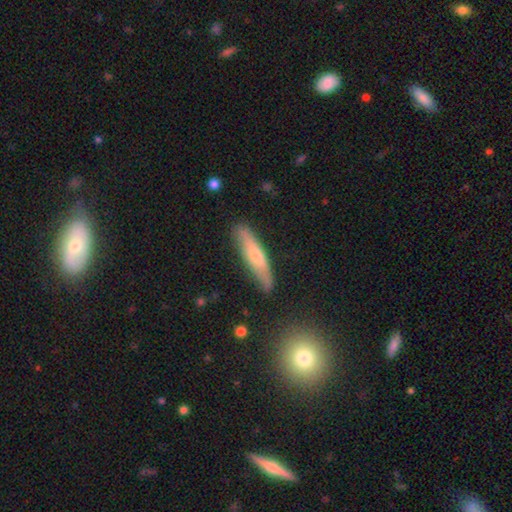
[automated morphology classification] Q: Smooth or featured?
A: smooth (61%); runner-up: featured or disk (33%)
Q: How rounded?
A: cigar-shaped (85%); runner-up: in between (14%)
Q: Merging?
A: none (82%); runner-up: minor disturbance (14%)